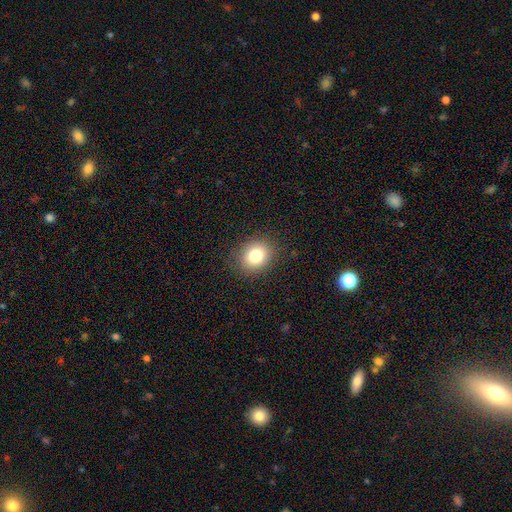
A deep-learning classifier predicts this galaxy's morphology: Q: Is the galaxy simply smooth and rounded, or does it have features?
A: smooth — 80%.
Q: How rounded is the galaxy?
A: round — 58%.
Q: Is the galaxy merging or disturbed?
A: none — 86%.